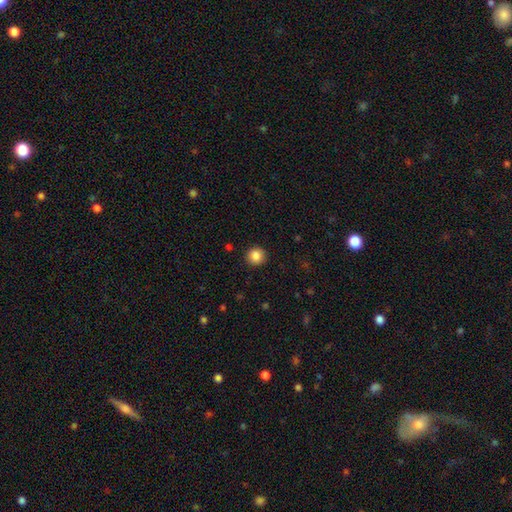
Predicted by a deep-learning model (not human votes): Overall: smooth (86%). How rounded: round (92%). Merging: none (92%).